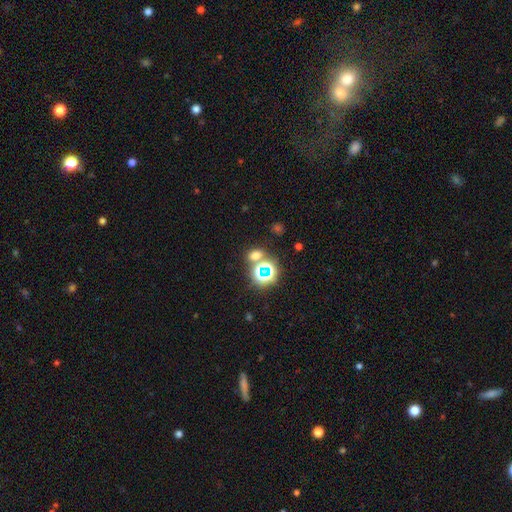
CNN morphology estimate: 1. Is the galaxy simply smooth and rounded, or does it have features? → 54% smooth, 38% star or artifact, 8% featured or disk.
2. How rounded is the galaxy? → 51% in between, 46% round, 2% cigar-shaped.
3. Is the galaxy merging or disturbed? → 72% none, 16% merger, 9% minor disturbance, 4% major disturbance.